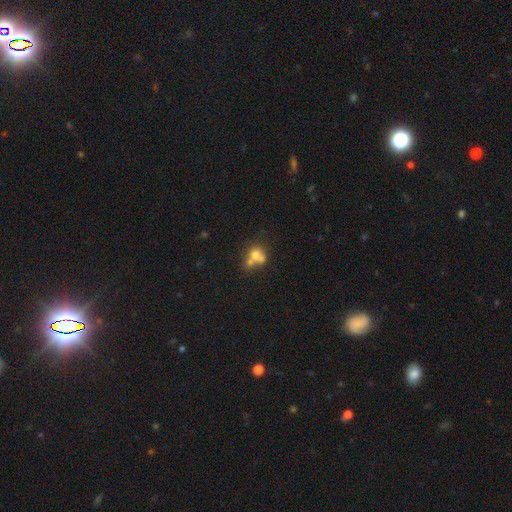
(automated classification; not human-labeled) Smooth or featured?
  - smooth: 65% *
  - featured or disk: 22%
  - star or artifact: 13%
How rounded?
  - round: 72% *
  - in between: 27%
  - cigar-shaped: 1%
Merging?
  - merger: 57% *
  - none: 29%
  - minor disturbance: 9%
  - major disturbance: 5%